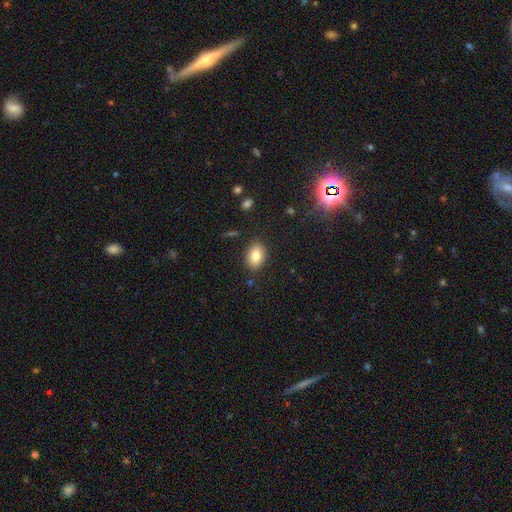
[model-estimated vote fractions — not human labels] smooth-or-featured: smooth: 81% | featured or disk: 10% | star or artifact: 9%
  how-rounded: in between: 81% | round: 18% | cigar-shaped: 1%
  merging: none: 86% | minor disturbance: 10% | major disturbance: 3% | merger: 2%